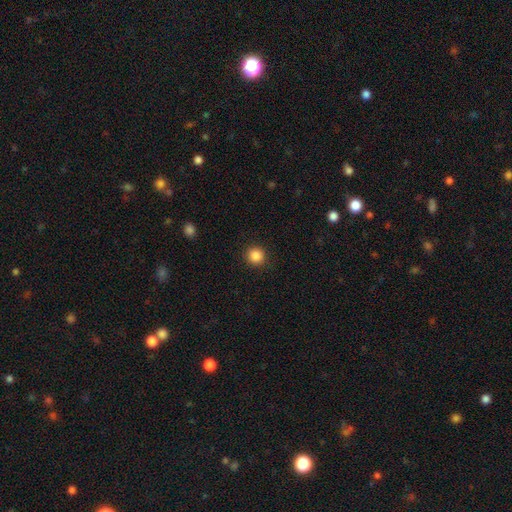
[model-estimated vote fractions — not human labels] Smooth or featured? Predicted: smooth (p=0.87). How rounded? Predicted: round (p=0.94). Merging? Predicted: none (p=0.92).